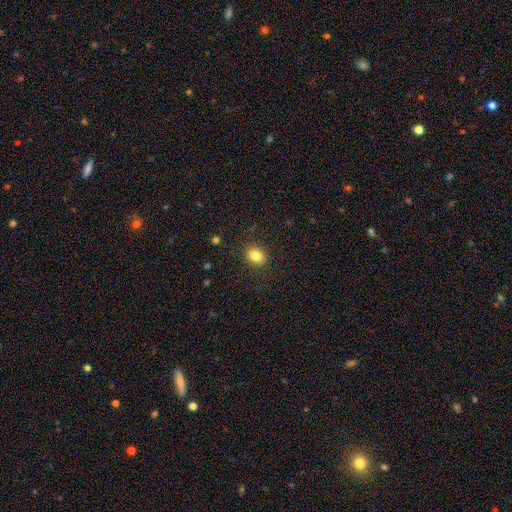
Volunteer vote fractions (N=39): smooth-or-featured: smooth: 87% | star or artifact: 10% | featured or disk: 3%
  how-rounded: round: 56% | in between: 41% | cigar-shaped: 3%
  merging: none: 83% | major disturbance: 9% | minor disturbance: 6% | merger: 3%